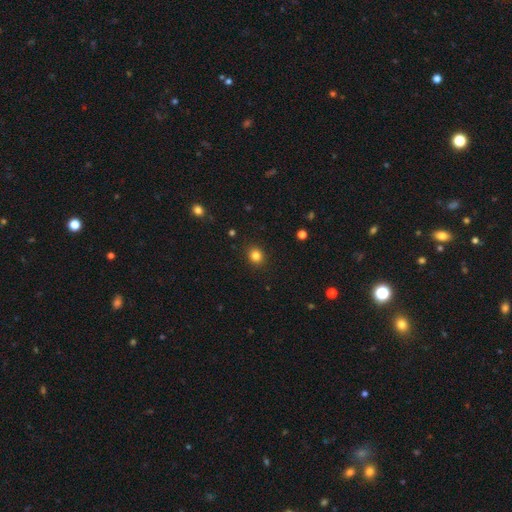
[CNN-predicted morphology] A smooth galaxy with no disk features (83%) that is round (79%). Merging: none (91%).